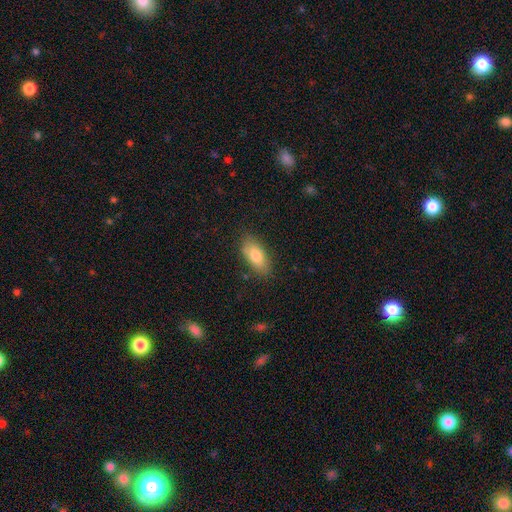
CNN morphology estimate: smooth-or-featured: smooth: 79% | featured or disk: 14% | star or artifact: 7%
  how-rounded: in between: 87% | cigar-shaped: 9% | round: 4%
  merging: none: 80% | minor disturbance: 15% | major disturbance: 3% | merger: 2%